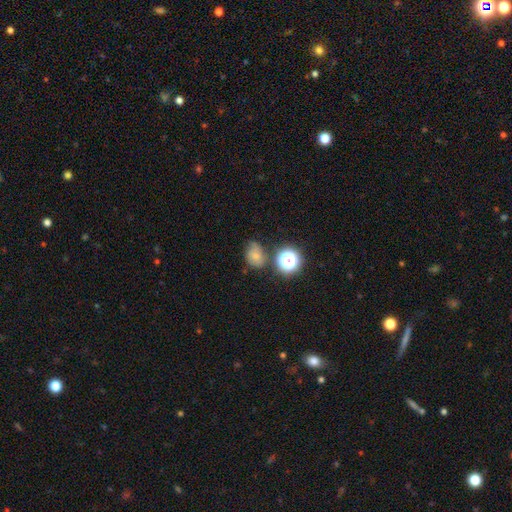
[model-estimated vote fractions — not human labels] A smooth galaxy with no disk features (57%) that is in between round and cigar-shaped (52%).

Vote fractions:
- Smooth or featured? smooth: 57% / featured or disk: 23% / star or artifact: 20%
- How rounded? in between: 52% / round: 46% / cigar-shaped: 1%
- Merging? none: 50% / minor disturbance: 30% / major disturbance: 12% / merger: 8%